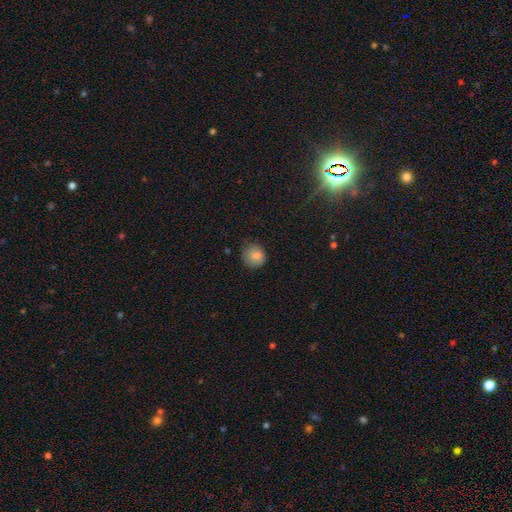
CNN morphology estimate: This is clearly a smooth galaxy (81%). How rounded: clearly round (84%). Merging: likely none (65%).